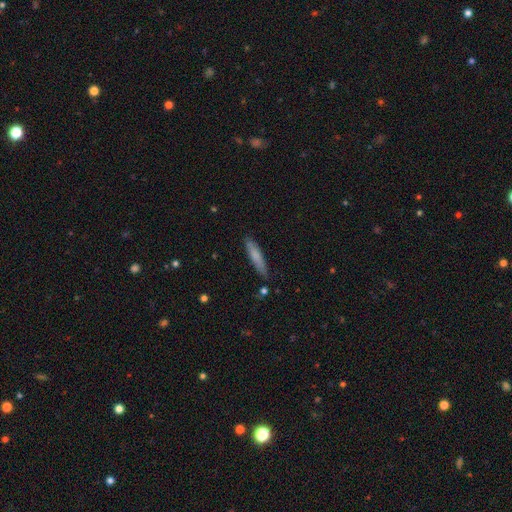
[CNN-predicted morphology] Q: Smooth or featured?
A: smooth (77%); runner-up: featured or disk (17%)
Q: How rounded?
A: cigar-shaped (88%); runner-up: in between (11%)
Q: Merging?
A: none (82%); runner-up: minor disturbance (14%)